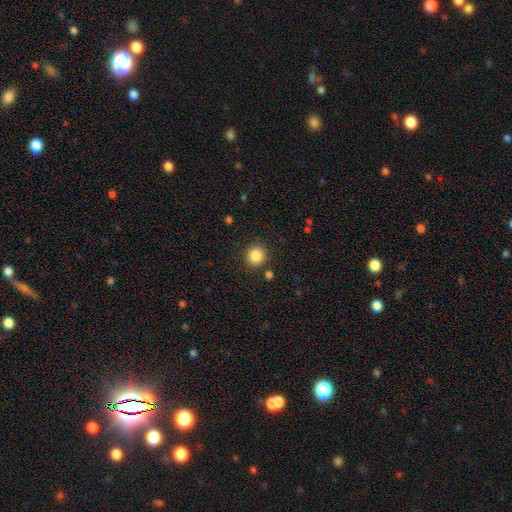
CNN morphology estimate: smooth-or-featured: smooth: 85% | star or artifact: 11% | featured or disk: 4%
  how-rounded: round: 91% | in between: 8% | cigar-shaped: 1%
  merging: none: 88% | minor disturbance: 7% | merger: 3% | major disturbance: 2%